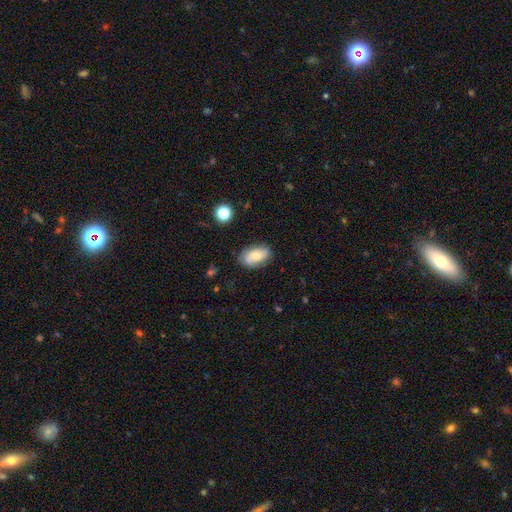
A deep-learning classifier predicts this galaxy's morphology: A smooth galaxy with no disk features (57%) that is in between round and cigar-shaped (89%).

Vote fractions:
- Smooth or featured? smooth: 57% / featured or disk: 35% / star or artifact: 8%
- How rounded? in between: 89% / round: 8% / cigar-shaped: 2%
- Merging? none: 74% / minor disturbance: 19% / major disturbance: 5% / merger: 2%